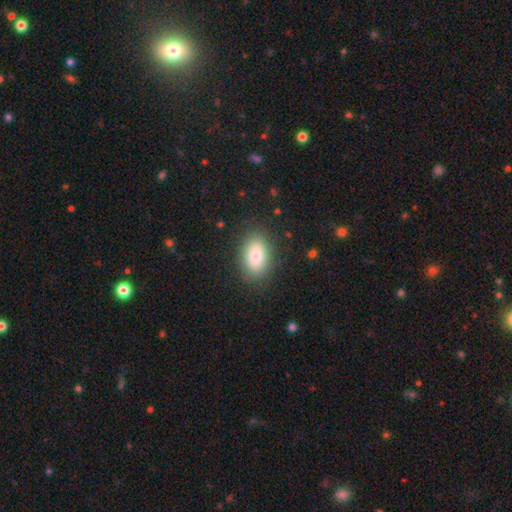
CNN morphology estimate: The model was most divided on "smooth or featured": smooth: 83%, featured or disk: 10%, star or artifact: 7%. More confident: how rounded — in between (89%); merging — none (85%).